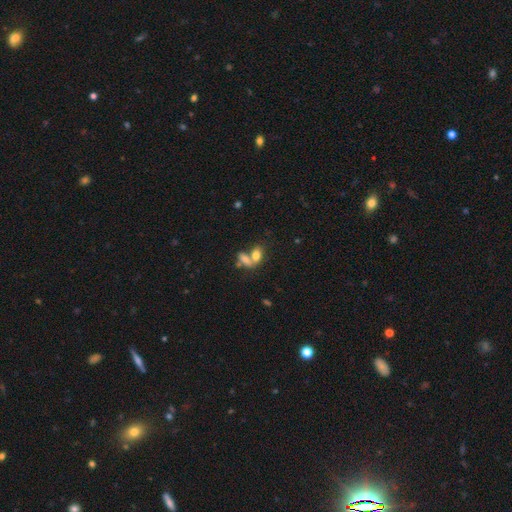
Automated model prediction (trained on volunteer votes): smooth 76%, featured or disk 14%, star or artifact 10%. Down the decision tree: how rounded — in between (81%); merging — merger (55%).